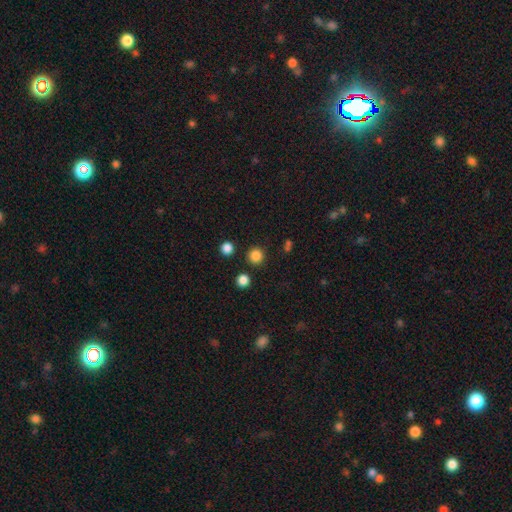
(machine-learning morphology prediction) Overall: smooth (83%). How rounded: round (95%). Merging: none (88%).